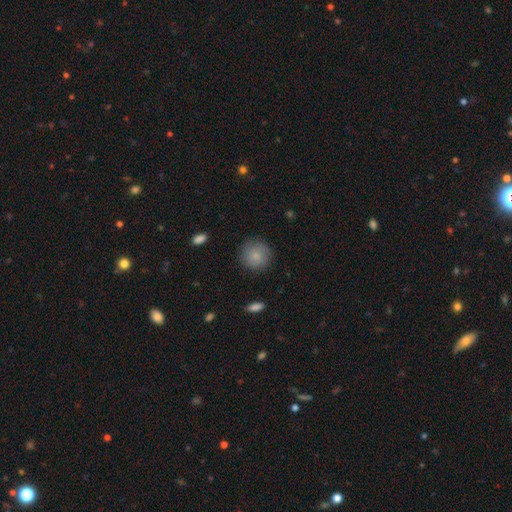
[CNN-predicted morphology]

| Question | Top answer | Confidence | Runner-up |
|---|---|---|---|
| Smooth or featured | smooth | 84% | featured or disk (9%) |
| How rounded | round | 92% | in between (7%) |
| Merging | none | 84% | minor disturbance (11%) |